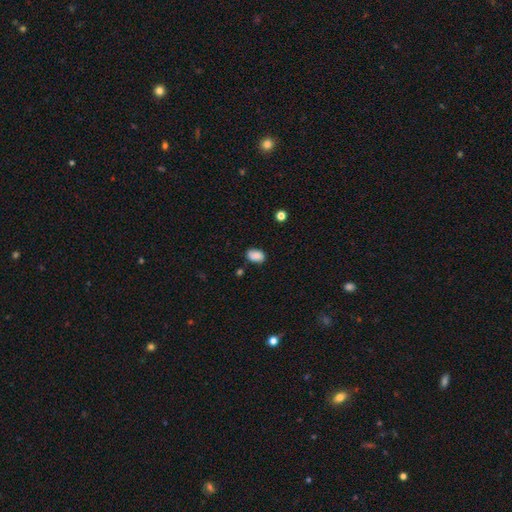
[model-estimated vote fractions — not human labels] Smooth or featured? Predicted: smooth (p=0.85). How rounded? Predicted: in between (p=0.87). Merging? Predicted: none (p=0.71).